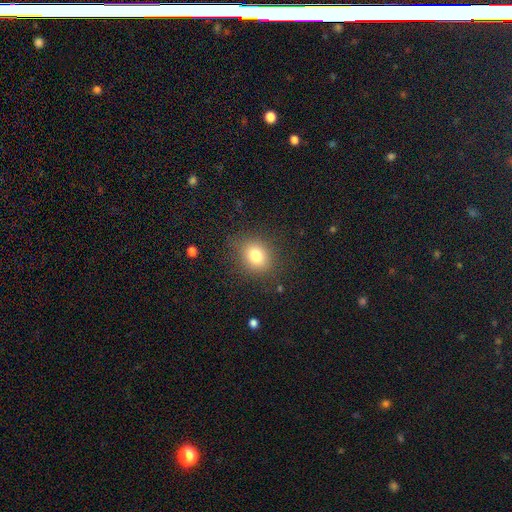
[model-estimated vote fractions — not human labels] Smooth or featured? Predicted: smooth (p=0.79). How rounded? Predicted: round (p=0.59). Merging? Predicted: none (p=0.82).